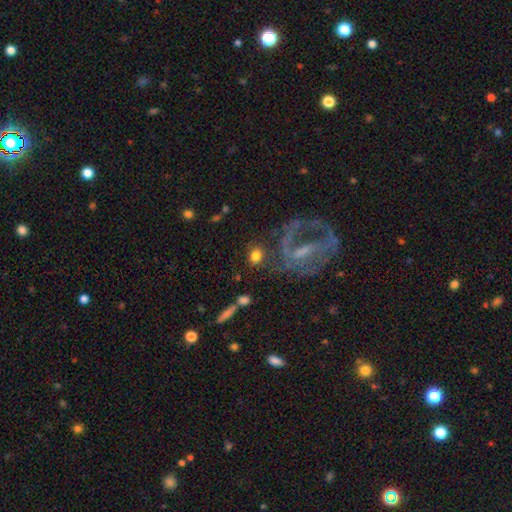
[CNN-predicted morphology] smooth_or_featured: smooth (p=0.73) [alt: featured or disk p=0.17]
how_rounded: round (p=0.78) [alt: in between p=0.19]
merging: none (p=0.75) [alt: minor disturbance p=0.11]